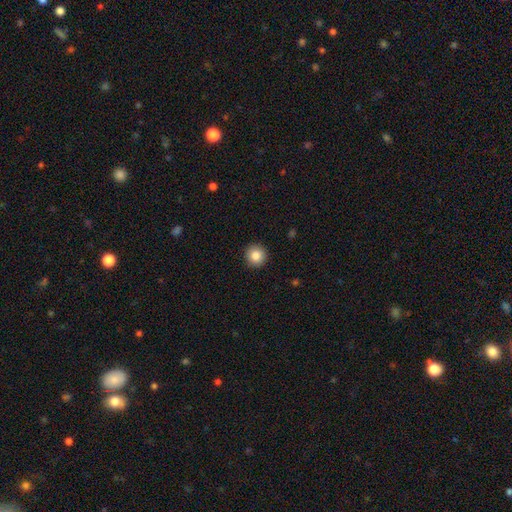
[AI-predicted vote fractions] Smooth or featured: smooth — 85% (star or artifact — 9%)
How rounded: round — 95% (in between — 4%)
Merging: none — 93% (minor disturbance — 5%)